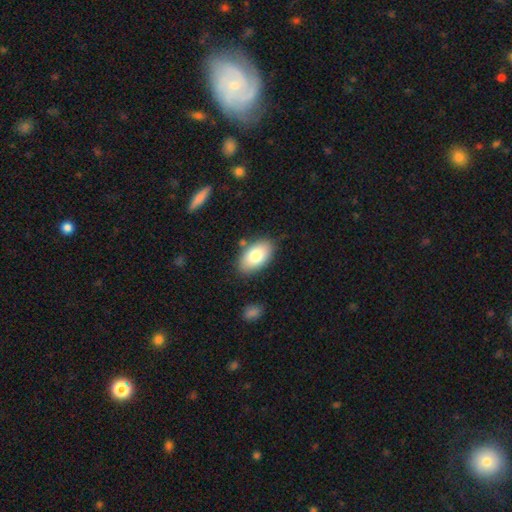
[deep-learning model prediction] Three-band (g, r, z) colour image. It shows a smooth galaxy with no disk features (78%) that is in between round and cigar-shaped (93%). Merging: none (82%).